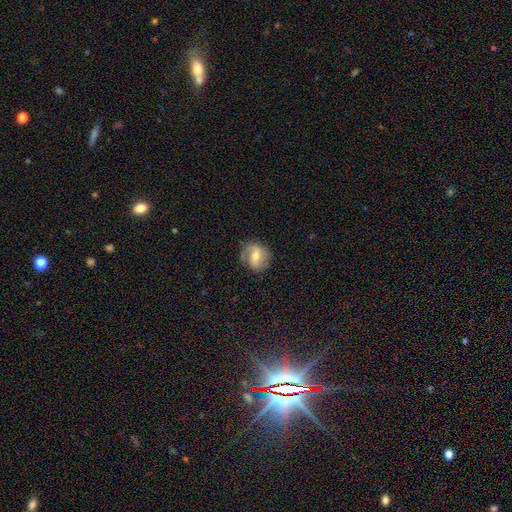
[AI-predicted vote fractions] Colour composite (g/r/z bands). It shows a featured or disk galaxy (65%) with a weak bar (47%), 2 (72%) medium (43%) spiral arms (87%) and a moderate central bulge (63%). Merging: none (74%).